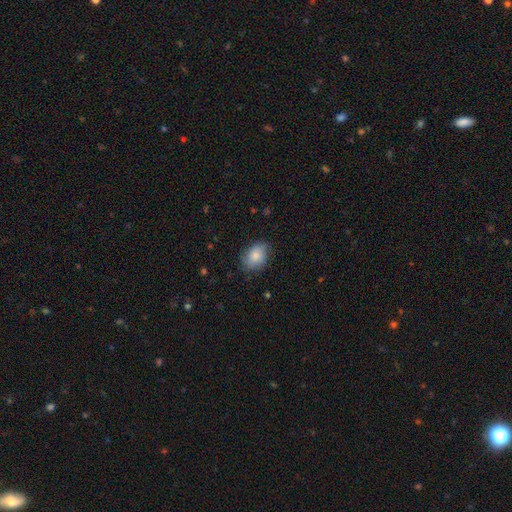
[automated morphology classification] type=smooth (79%); roundness=in between (69%); merging=none (72%).